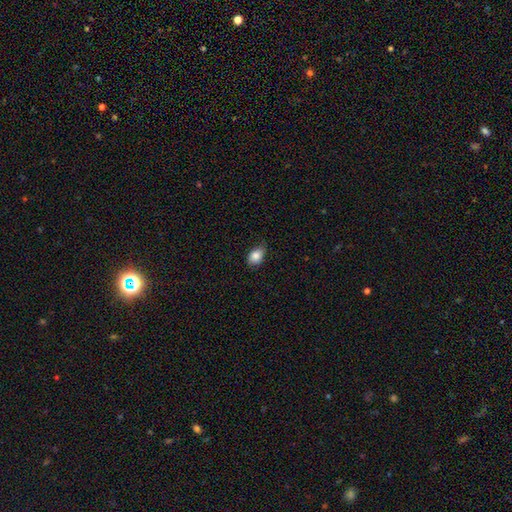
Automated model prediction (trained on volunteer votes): Smooth or featured?
  - smooth: 84% *
  - star or artifact: 9%
  - featured or disk: 7%
How rounded?
  - in between: 78% *
  - round: 20%
  - cigar-shaped: 1%
Merging?
  - none: 74% *
  - minor disturbance: 22%
  - major disturbance: 3%
  - merger: 1%